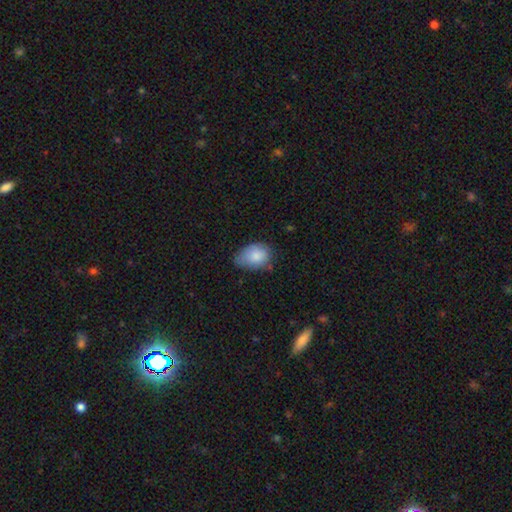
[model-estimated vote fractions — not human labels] This is clearly a smooth galaxy (83%). How rounded: clearly in between (80%). Merging: possibly none (50%).